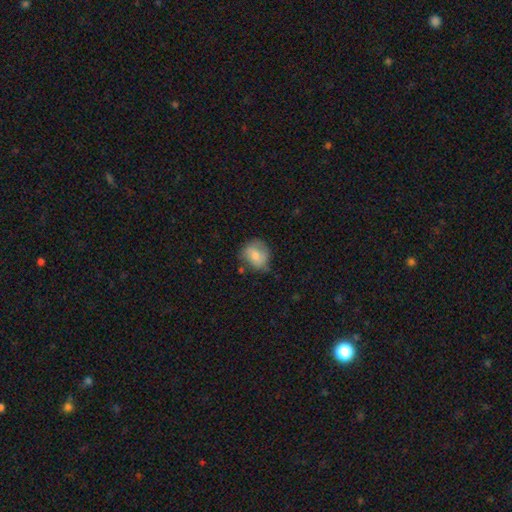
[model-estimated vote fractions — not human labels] A smooth galaxy with no disk features (72%) that is round (65%). Merging: none (57%).